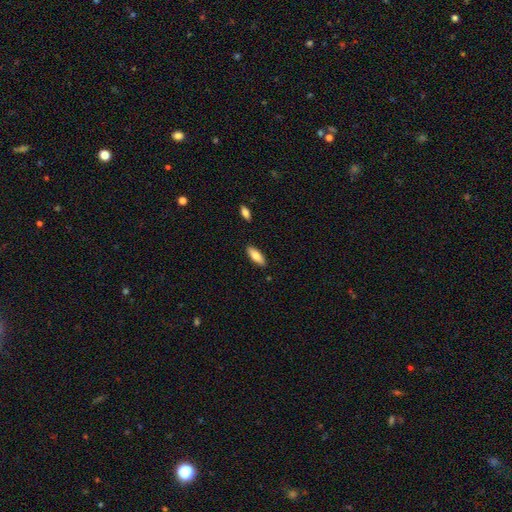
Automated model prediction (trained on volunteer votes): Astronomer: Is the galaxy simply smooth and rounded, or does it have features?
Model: smooth — 80%.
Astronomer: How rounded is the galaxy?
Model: in between — 68%.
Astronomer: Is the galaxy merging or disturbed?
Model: none — 87%.